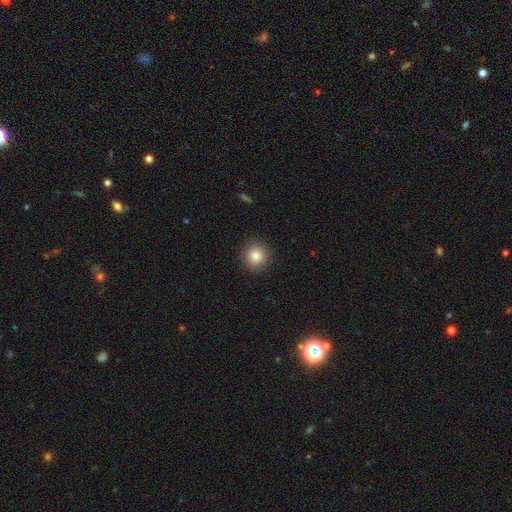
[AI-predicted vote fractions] This is clearly a smooth galaxy (84%). How rounded: clearly round (94%). Merging: clearly none (92%).